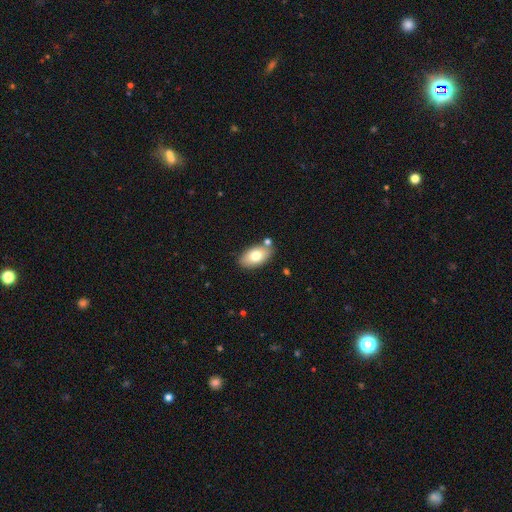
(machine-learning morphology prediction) Q: Smooth or featured?
A: smooth (76%); runner-up: featured or disk (17%)
Q: How rounded?
A: in between (93%); runner-up: round (5%)
Q: Merging?
A: none (77%); runner-up: minor disturbance (12%)